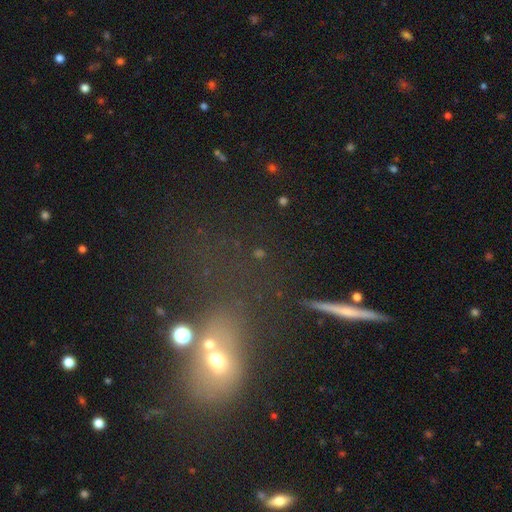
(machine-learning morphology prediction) Q: Smooth or featured?
A: smooth (41%); runner-up: star or artifact (33%)
Q: Merging?
A: none (48%); runner-up: merger (25%)